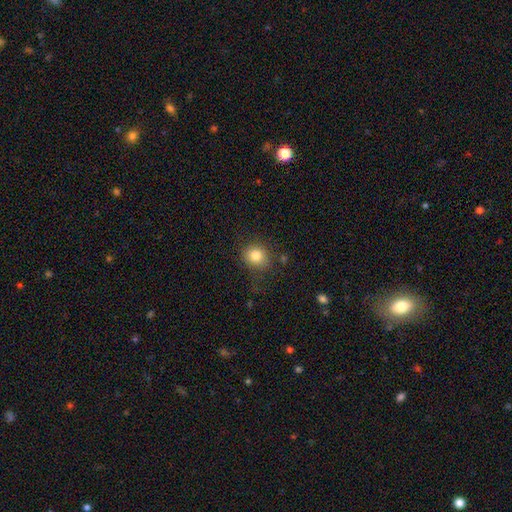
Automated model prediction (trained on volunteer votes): Smooth or featured? Predicted: smooth (p=0.82). How rounded? Predicted: round (p=0.71). Merging? Predicted: none (p=0.78).